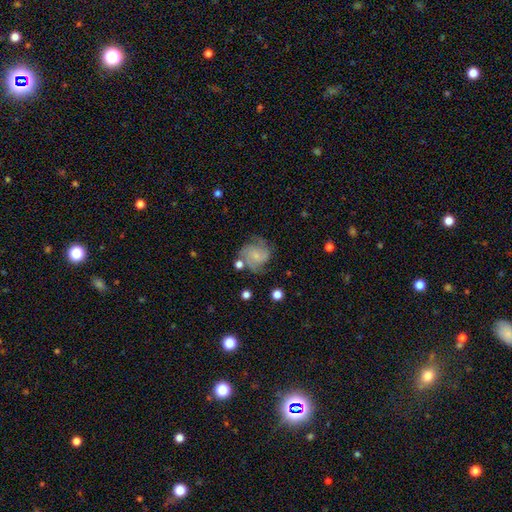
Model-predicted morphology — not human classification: featured or disk 69%, smooth 23%, star or artifact 8%. Down the decision tree: edge-on disk — no (98%); bar — no (67%); spiral arms — yes (92%); spiral arm count — 3 (36%); spiral winding — medium (46%); bulge size — small (72%); merging — none (62%).